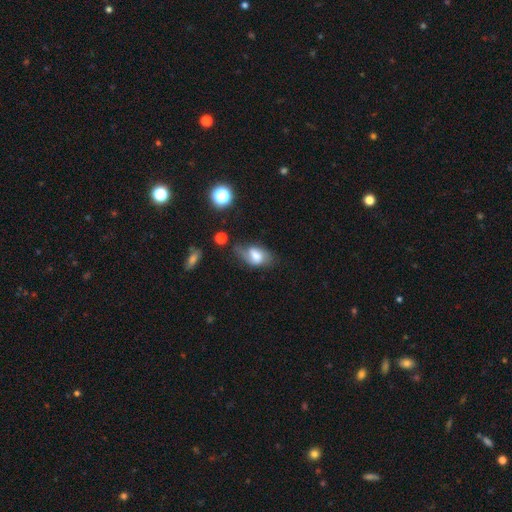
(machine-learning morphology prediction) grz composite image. It shows a smooth galaxy with no disk features (49%). Merging: none (45%).